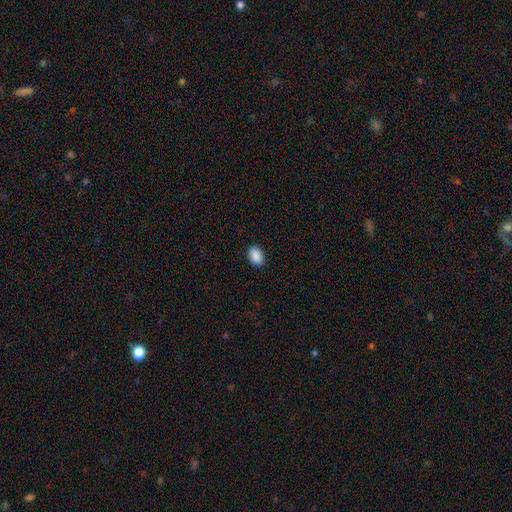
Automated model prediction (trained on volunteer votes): Smooth or featured: smooth — 90% (star or artifact — 8%)
How rounded: in between — 84% (round — 15%)
Merging: none — 90% (minor disturbance — 7%)